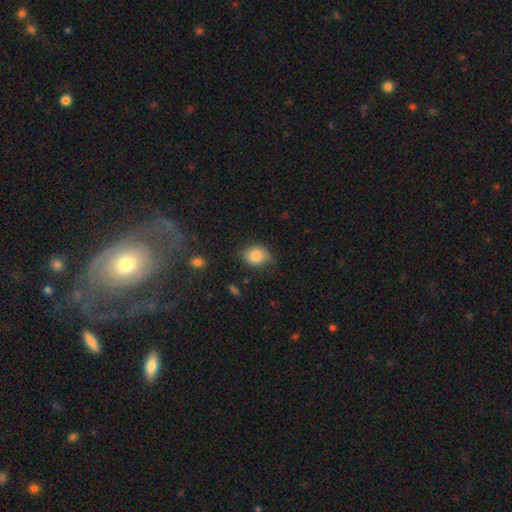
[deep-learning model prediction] This is clearly a smooth galaxy (84%). How rounded: possibly in between (51%). Merging: likely none (69%).